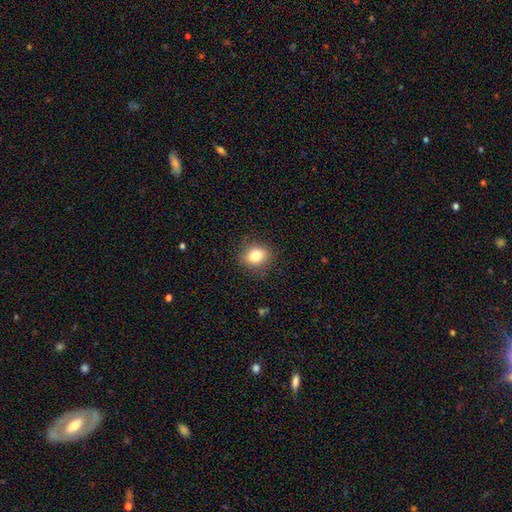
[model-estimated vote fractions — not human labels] Smooth or featured: smooth — 81% (star or artifact — 10%)
How rounded: round — 59% (in between — 40%)
Merging: none — 86% (minor disturbance — 10%)